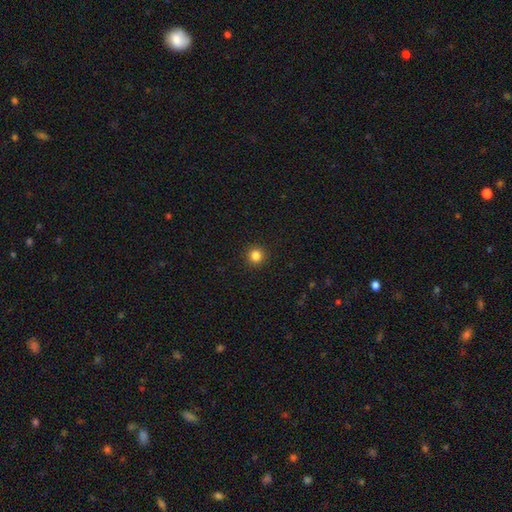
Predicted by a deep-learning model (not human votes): A smooth galaxy with no disk features (84%) that is round (94%).

Vote fractions:
- Smooth or featured? smooth: 84% / star or artifact: 12% / featured or disk: 4%
- How rounded? round: 94% / in between: 5% / cigar-shaped: 1%
- Merging? none: 93% / minor disturbance: 5% / major disturbance: 2% / merger: 1%